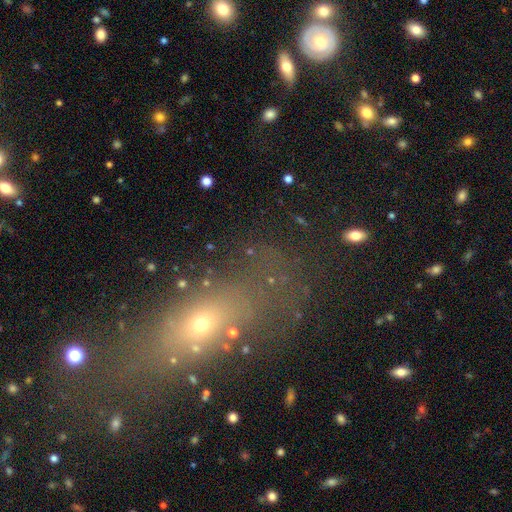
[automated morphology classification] Smooth or featured: smooth — 48% (star or artifact — 29%)
Merging: none — 63% (minor disturbance — 16%)